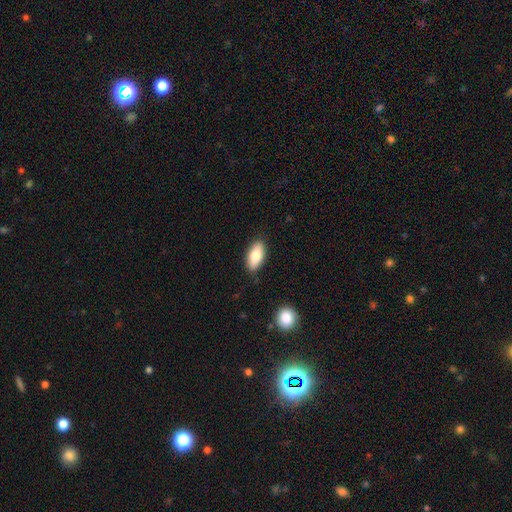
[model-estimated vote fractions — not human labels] Smooth or featured?
  - smooth: 79% *
  - featured or disk: 14%
  - star or artifact: 7%
How rounded?
  - in between: 89% *
  - cigar-shaped: 8%
  - round: 3%
Merging?
  - none: 87% *
  - minor disturbance: 10%
  - major disturbance: 2%
  - merger: 2%